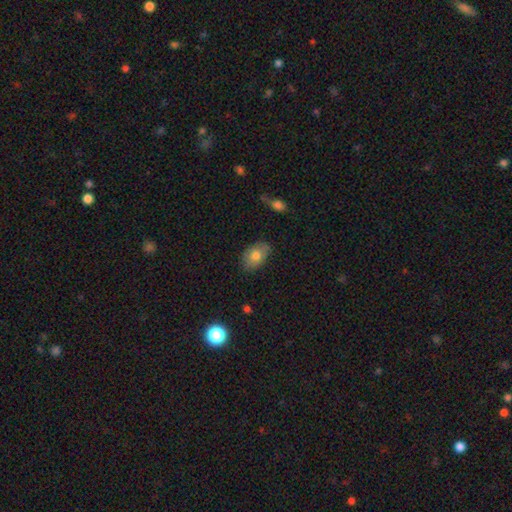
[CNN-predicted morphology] Q: Smooth or featured?
A: smooth (77%); runner-up: featured or disk (15%)
Q: How rounded?
A: in between (86%); runner-up: round (13%)
Q: Merging?
A: none (79%); runner-up: minor disturbance (17%)